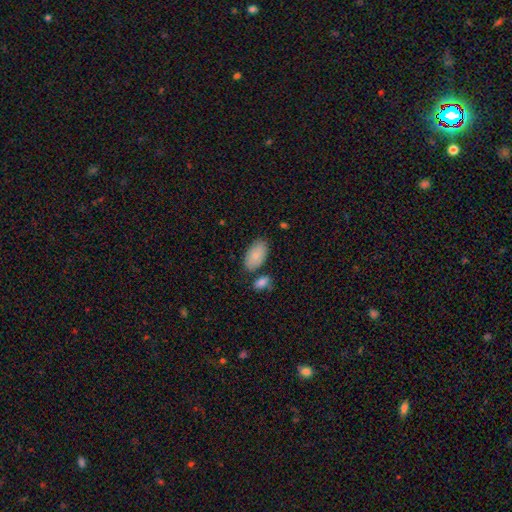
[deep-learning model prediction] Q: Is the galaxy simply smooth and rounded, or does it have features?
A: smooth — 85%.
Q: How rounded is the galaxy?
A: in between — 95%.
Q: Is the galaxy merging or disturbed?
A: none — 71%.